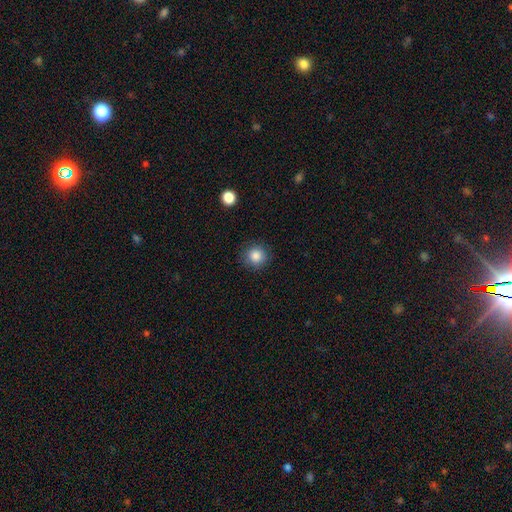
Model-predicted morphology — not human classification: The model was most divided on "smooth or featured": smooth: 85%, star or artifact: 10%, featured or disk: 6%. More confident: how rounded — round (92%); merging — none (88%).